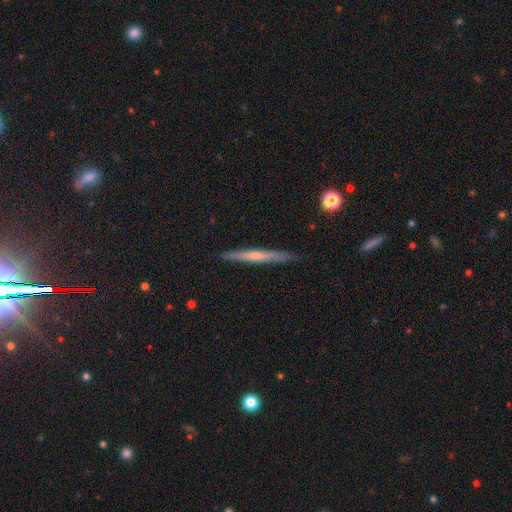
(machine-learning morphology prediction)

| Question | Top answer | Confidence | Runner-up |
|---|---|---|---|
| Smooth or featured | featured or disk | 53% | smooth (41%) |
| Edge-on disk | yes | 97% | no (3%) |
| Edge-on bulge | none | 52% | rounded (42%) |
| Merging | none | 90% | minor disturbance (7%) |